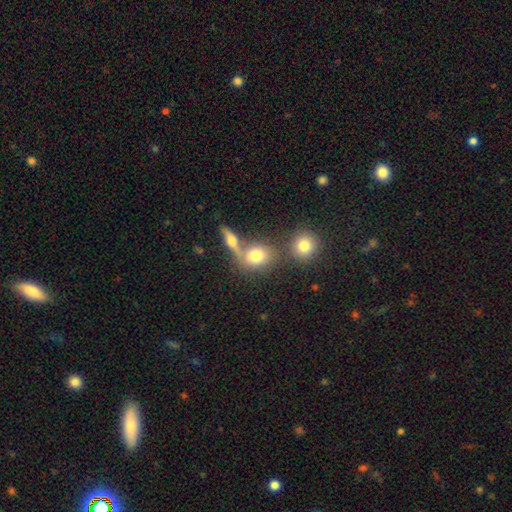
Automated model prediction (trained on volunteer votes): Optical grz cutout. It shows a smooth galaxy with no disk features (75%) that is round (64%). Merging: none (50%).